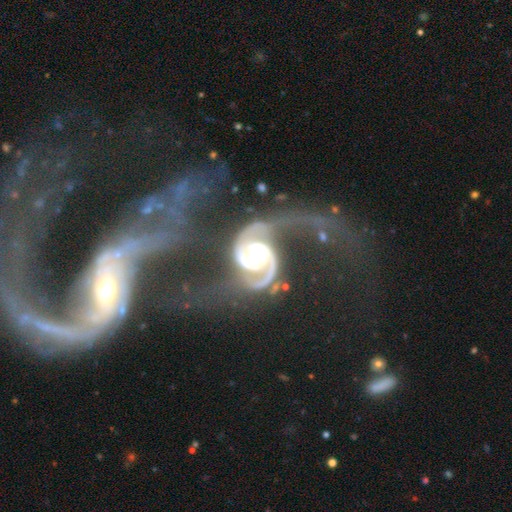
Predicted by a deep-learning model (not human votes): Smooth or featured: featured or disk — 93% (star or artifact — 4%)
Edge-on disk: no — 98% (yes — 2%)
Bar: no — 54% (weak — 29%)
Spiral arms: yes — 98% (no — 2%)
Spiral winding: medium — 45% (tight — 32%)
Spiral arm count: 2 — 91% (can't tell — 2%)
Bulge size: large — 45% (moderate — 41%)
Merging: major disturbance — 41% (none — 33%)